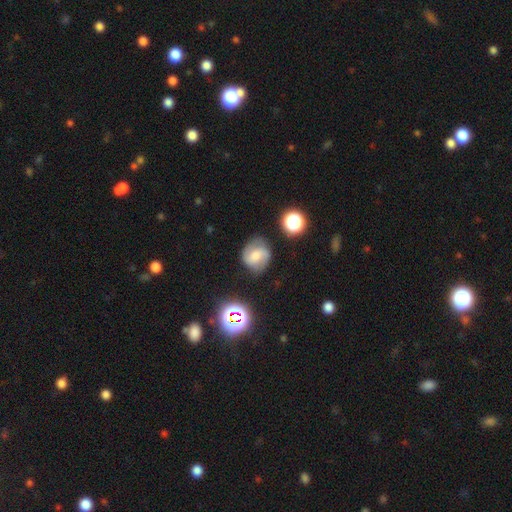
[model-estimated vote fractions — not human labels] smooth_or_featured: featured or disk (p=0.55) [alt: smooth p=0.33]
disk_edge_on: no (p=0.97) [alt: yes p=0.03]
bar: weak (p=0.48) [alt: no p=0.35]
has_spiral_arms: yes (p=0.89) [alt: no p=0.11]
bulge_size: moderate (p=0.49) [alt: small p=0.34]
merging: none (p=0.74) [alt: minor disturbance p=0.17]